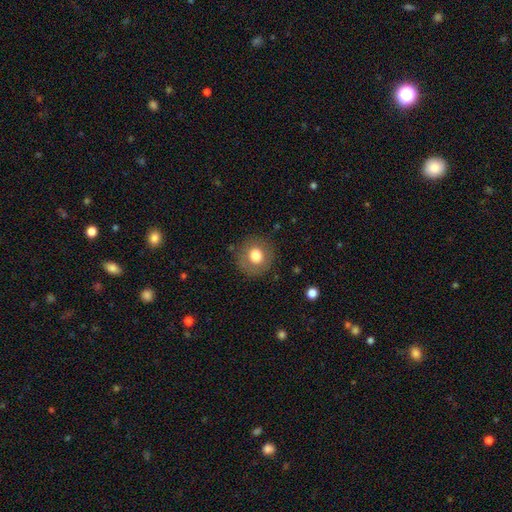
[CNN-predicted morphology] This appears to be a smooth galaxy with no disk features (75%) that is round (90%). Merging: none (85%).